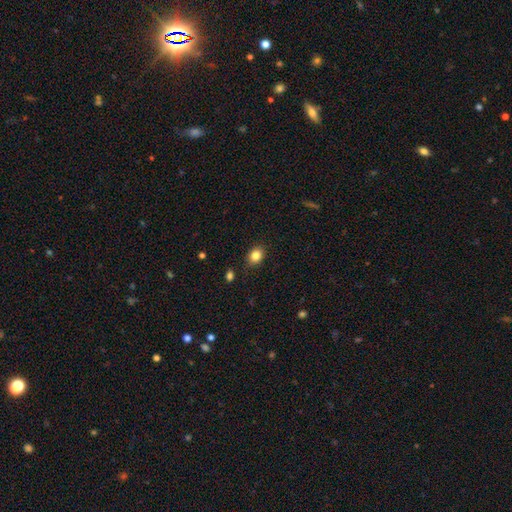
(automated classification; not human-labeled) Smooth or featured?
  - smooth: 84% *
  - star or artifact: 10%
  - featured or disk: 6%
How rounded?
  - in between: 55% *
  - round: 44%
  - cigar-shaped: 1%
Merging?
  - none: 85% *
  - minor disturbance: 11%
  - major disturbance: 3%
  - merger: 2%